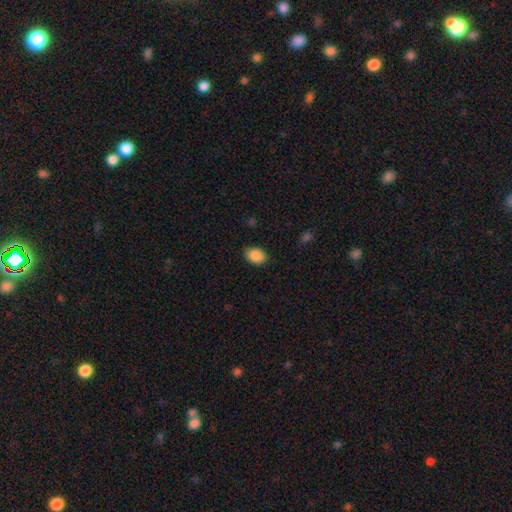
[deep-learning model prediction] Smooth or featured? Predicted: smooth (p=0.88). How rounded? Predicted: in between (p=0.72). Merging? Predicted: none (p=0.86).